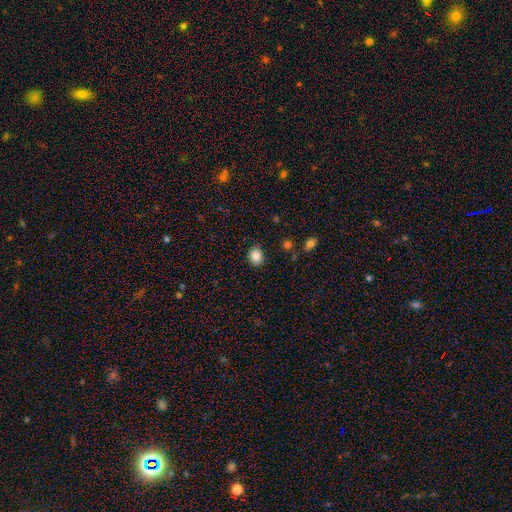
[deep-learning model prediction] The model was most divided on "how rounded": in between: 57%, round: 42%, cigar-shaped: 1%. More confident: merging — none (86%); smooth or featured — smooth (86%).